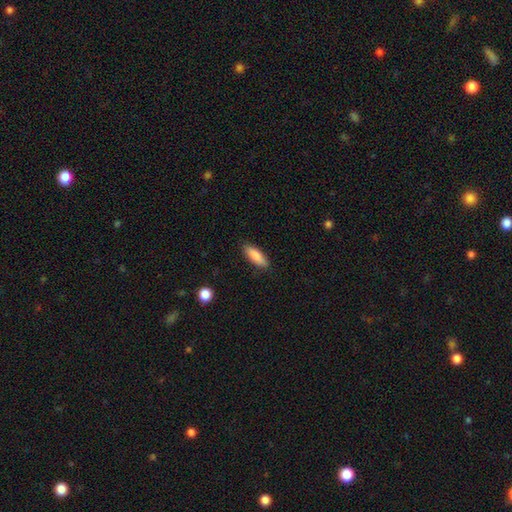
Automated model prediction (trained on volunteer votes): Smooth or featured? Predicted: smooth (p=0.85). How rounded? Predicted: in between (p=0.58). Merging? Predicted: none (p=0.86).